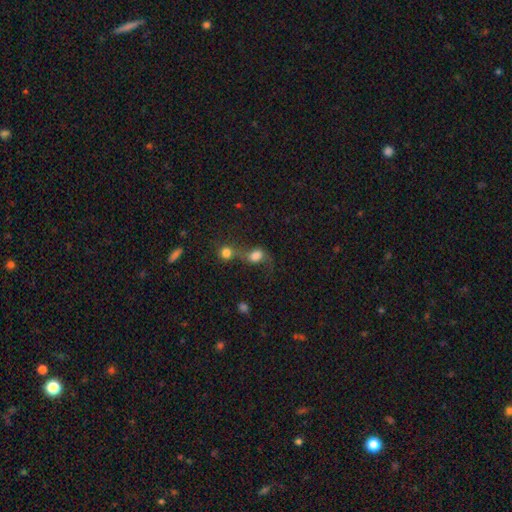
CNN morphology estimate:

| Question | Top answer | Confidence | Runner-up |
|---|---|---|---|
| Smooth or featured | smooth | 69% | featured or disk (18%) |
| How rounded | in between | 49% | tied: round (49%) |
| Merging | merger | 55% | none (20%) |